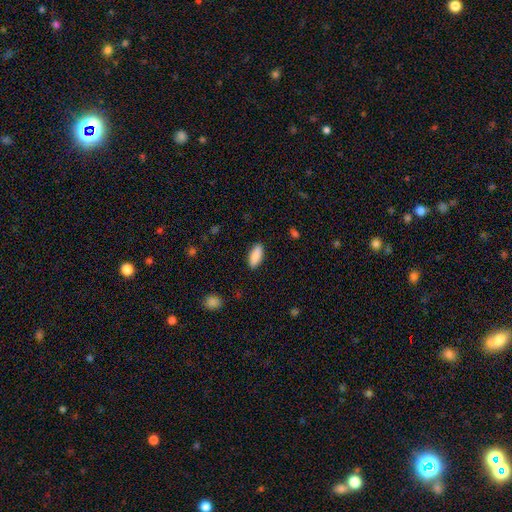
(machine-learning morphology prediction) smooth_or_featured: smooth (p=0.88) [alt: star or artifact p=0.06]
how_rounded: in between (p=0.79) [alt: cigar-shaped p=0.19]
merging: none (p=0.88) [alt: minor disturbance p=0.09]